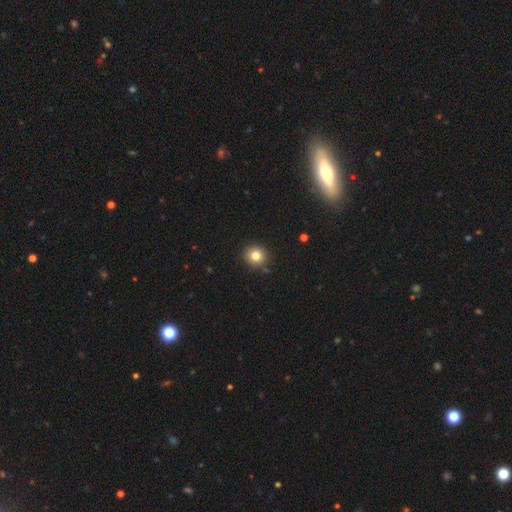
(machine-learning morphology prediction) The model was most divided on "smooth or featured": smooth: 81%, star or artifact: 12%, featured or disk: 7%. More confident: how rounded — round (91%); merging — none (89%).